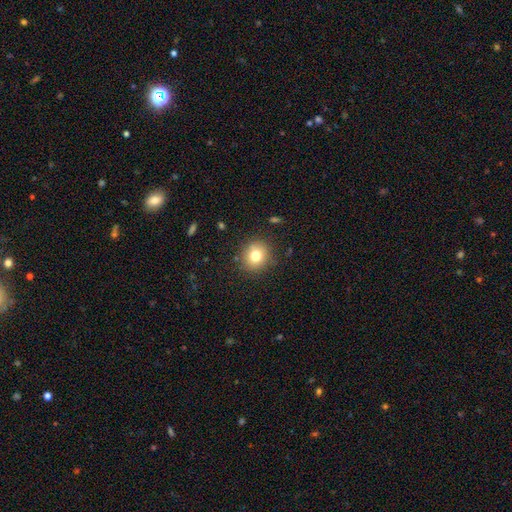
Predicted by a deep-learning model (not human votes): smooth_or_featured: smooth (p=0.77) [alt: star or artifact p=0.12]
how_rounded: round (p=0.84) [alt: in between p=0.15]
merging: none (p=0.87) [alt: minor disturbance p=0.09]